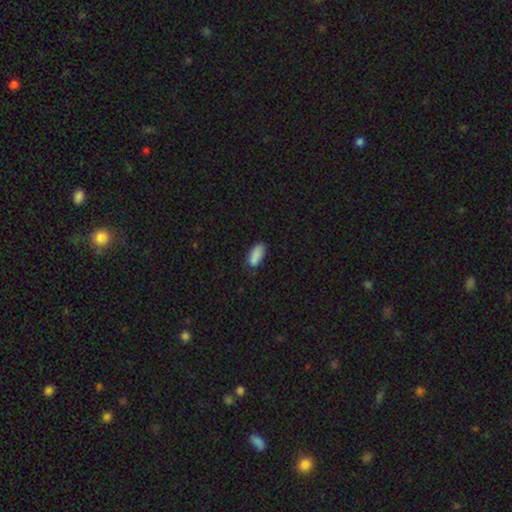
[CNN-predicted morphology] The model was most divided on "merging": none: 73%, minor disturbance: 20%, major disturbance: 4%, merger: 3%. More confident: smooth or featured — smooth (87%); how rounded — in between (79%).